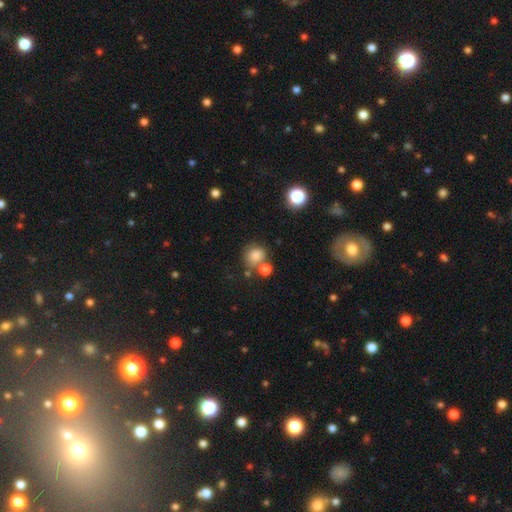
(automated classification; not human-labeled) smooth-or-featured: smooth: 80% | star or artifact: 12% | featured or disk: 8%
  how-rounded: round: 80% | in between: 19% | cigar-shaped: 1%
  merging: none: 58% | merger: 22% | minor disturbance: 14% | major disturbance: 6%